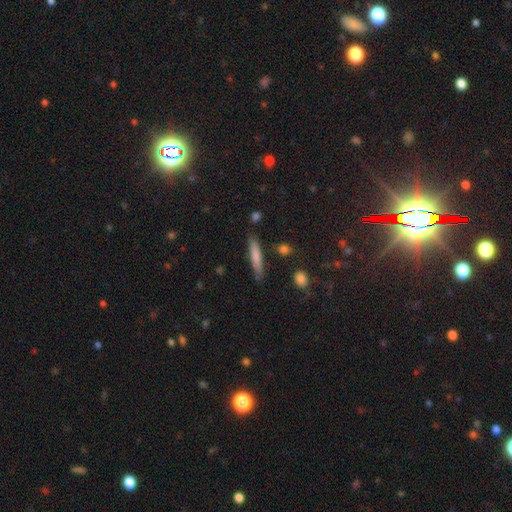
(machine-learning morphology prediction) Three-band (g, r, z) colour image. It shows a smooth galaxy with no disk features (70%) that is cigar-shaped (91%). Merging: none (81%).